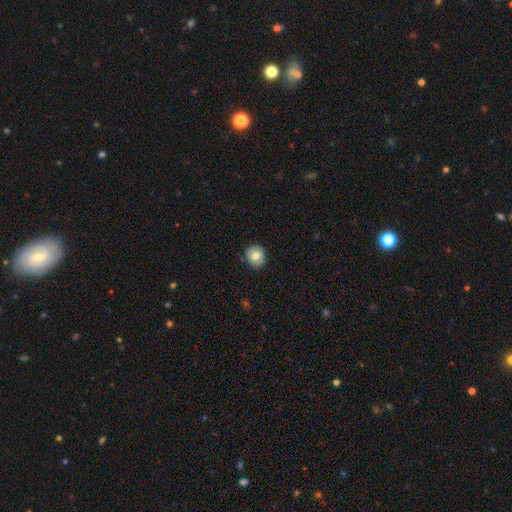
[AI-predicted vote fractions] The model was most divided on "smooth or featured": smooth: 67%, featured or disk: 25%, star or artifact: 8%. More confident: merging — none (86%); how rounded — round (79%).